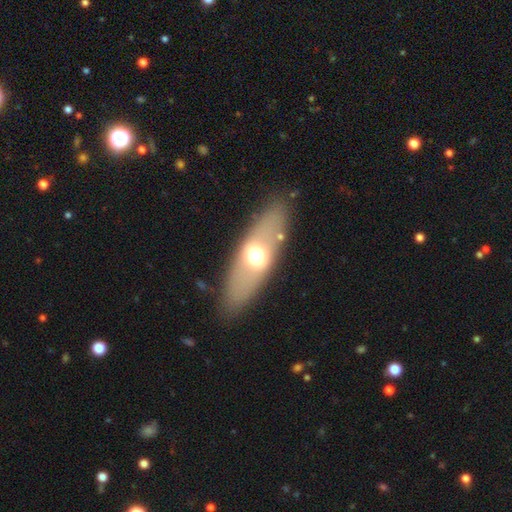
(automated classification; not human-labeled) This is possibly a smooth galaxy (53%). How rounded: likely in between (63%). Merging: clearly none (84%).